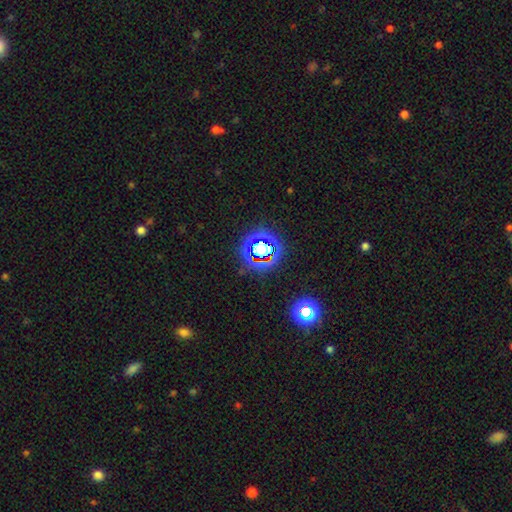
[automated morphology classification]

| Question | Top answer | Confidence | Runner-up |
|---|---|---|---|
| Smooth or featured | star or artifact | 76% | smooth (17%) |